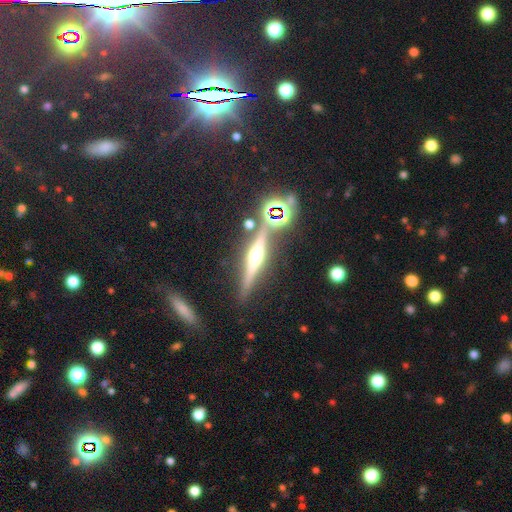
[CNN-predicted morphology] This appears to be a featured or disk galaxy (72%) viewed edge-on (96%) with a rounded central bulge (95%). Merging: none (85%).